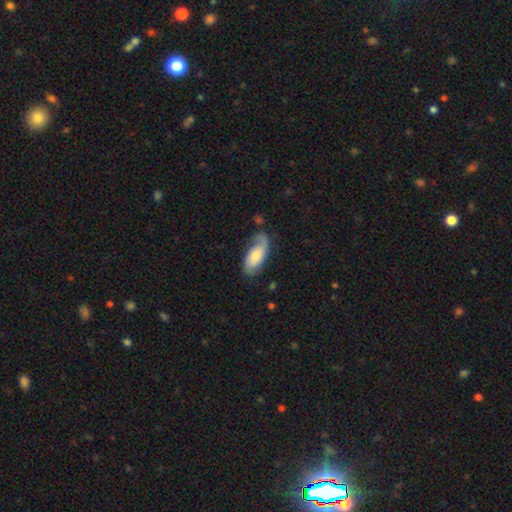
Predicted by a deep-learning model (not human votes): Morphology: type=featured or disk (57%); edge-on=no (92%); bar=no (68%); spiral arms=yes (89%); bulge=moderate (44%); merging=none (62%).